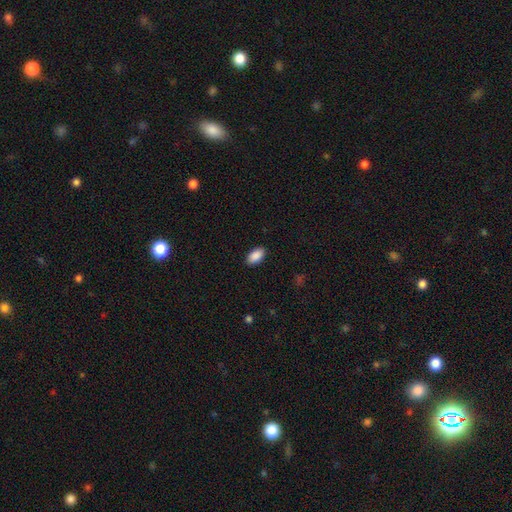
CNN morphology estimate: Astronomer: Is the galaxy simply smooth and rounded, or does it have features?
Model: smooth — 90%.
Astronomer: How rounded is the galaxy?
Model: in between — 94%.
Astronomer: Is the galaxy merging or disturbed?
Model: none — 89%.